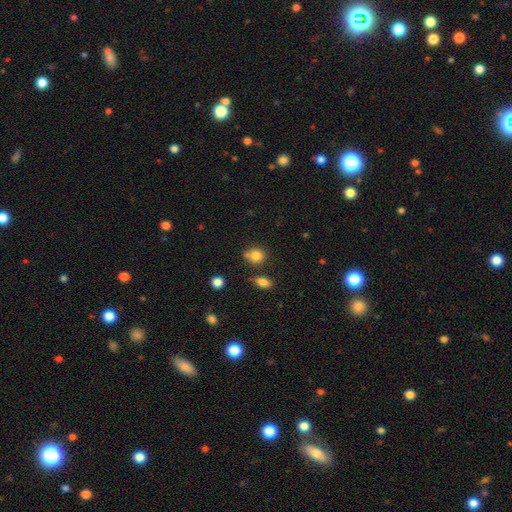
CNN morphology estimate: Smooth or featured? Predicted: smooth (p=0.82). How rounded? Predicted: round (p=0.71). Merging? Predicted: none (p=0.63).